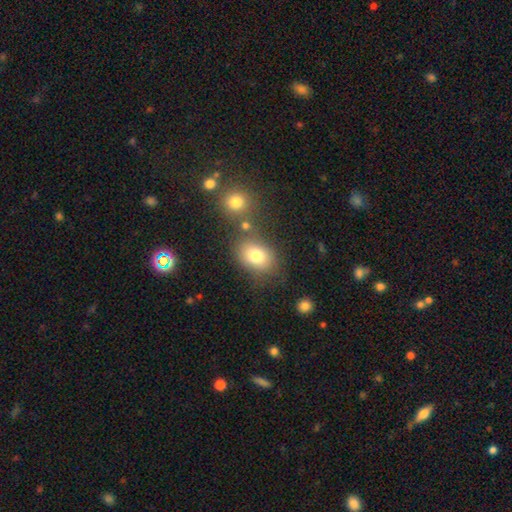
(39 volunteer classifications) Overall: smooth (90%). How rounded: in between (63%; round 37%). Merging: none (53%; minor disturbance 25%).